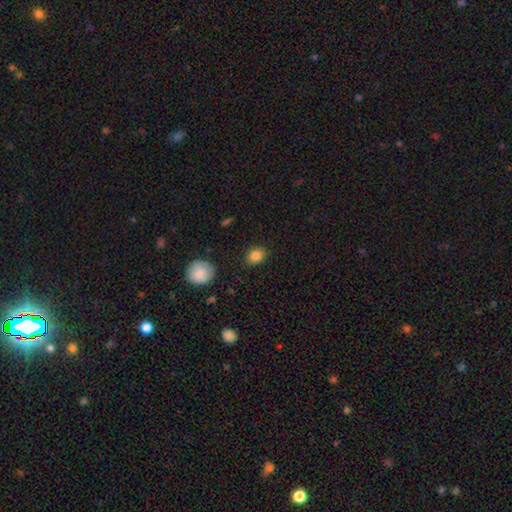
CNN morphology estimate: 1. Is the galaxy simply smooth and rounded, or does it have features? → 85% smooth, 10% star or artifact, 6% featured or disk.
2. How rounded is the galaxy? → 52% in between, 47% round, 1% cigar-shaped.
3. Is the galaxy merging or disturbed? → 87% none, 9% minor disturbance, 3% major disturbance, 1% merger.